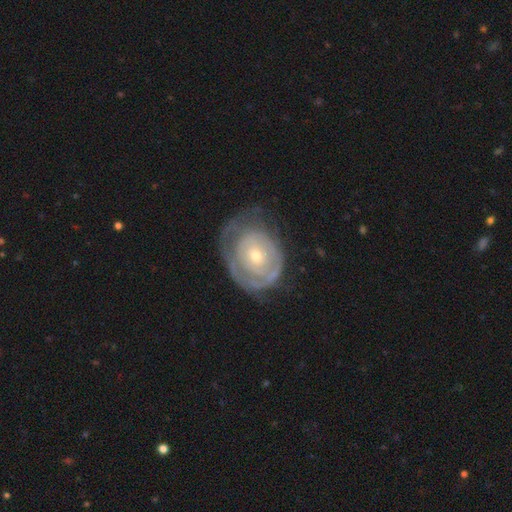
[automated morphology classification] Q: Smooth or featured?
A: featured or disk (71%); runner-up: smooth (24%)
Q: Edge-on disk?
A: no (96%); runner-up: yes (4%)
Q: Bar?
A: no (82%); runner-up: weak (15%)
Q: Spiral arms?
A: yes (68%); runner-up: no (32%)
Q: Bulge size?
A: small (59%); runner-up: moderate (37%)
Q: Merging?
A: none (51%); runner-up: minor disturbance (27%)